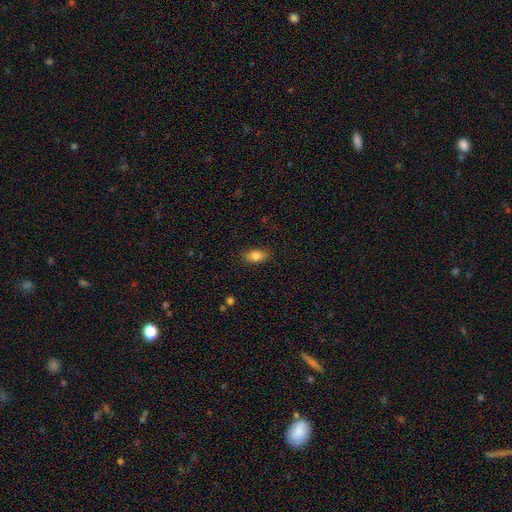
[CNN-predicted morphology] This is clearly a smooth galaxy (82%). How rounded: clearly in between (85%). Merging: clearly none (85%).